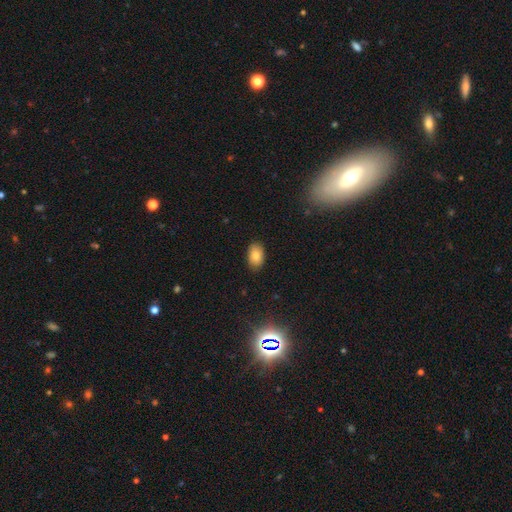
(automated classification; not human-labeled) Smooth or featured?
  - smooth: 82% *
  - star or artifact: 10%
  - featured or disk: 9%
How rounded?
  - in between: 89% *
  - round: 10%
  - cigar-shaped: 1%
Merging?
  - none: 85% *
  - minor disturbance: 12%
  - major disturbance: 2%
  - merger: 1%